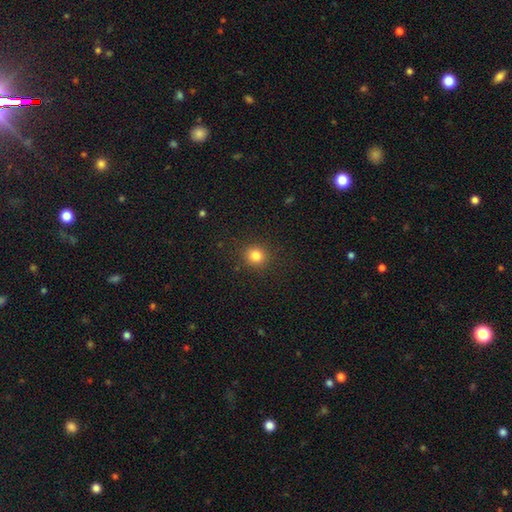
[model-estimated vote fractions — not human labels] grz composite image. It shows a smooth galaxy with no disk features (82%) that is round (89%). Merging: none (89%).